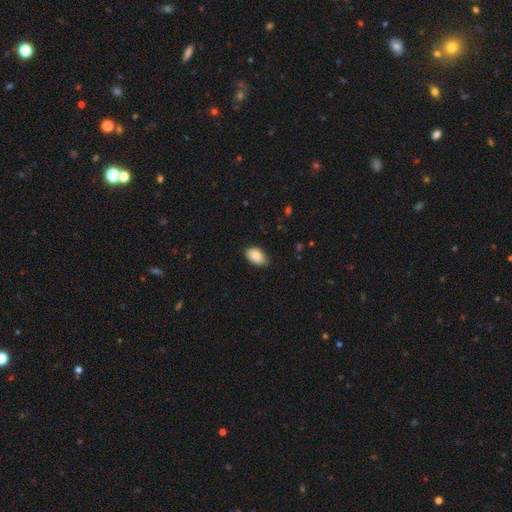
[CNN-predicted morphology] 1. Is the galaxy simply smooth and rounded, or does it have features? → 88% smooth, 7% star or artifact, 5% featured or disk.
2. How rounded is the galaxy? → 91% in between, 8% round, 1% cigar-shaped.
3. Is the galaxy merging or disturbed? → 79% none, 17% minor disturbance, 2% major disturbance, 1% merger.